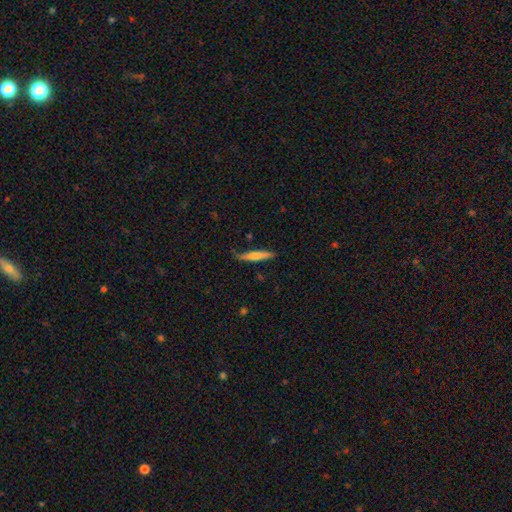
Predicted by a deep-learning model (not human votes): Smooth or featured? smooth (63%)
How rounded? cigar-shaped (91%)
Merging? none (79%)